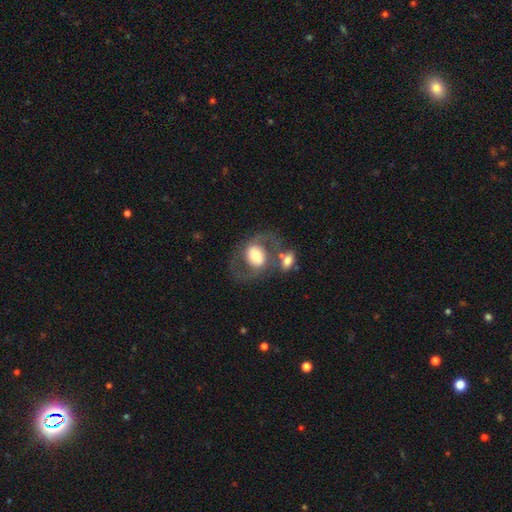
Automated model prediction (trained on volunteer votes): A featured or disk galaxy (57%) with no bar (52%), spiral arms (66%) and a moderate central bulge (43%). Merging: none (49%).